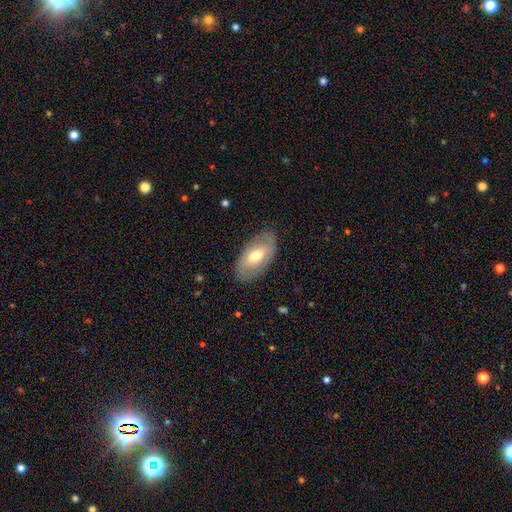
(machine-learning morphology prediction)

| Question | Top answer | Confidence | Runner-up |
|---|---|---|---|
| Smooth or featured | smooth | 51% | featured or disk (43%) |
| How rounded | in between | 93% | round (5%) |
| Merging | none | 81% | minor disturbance (14%) |